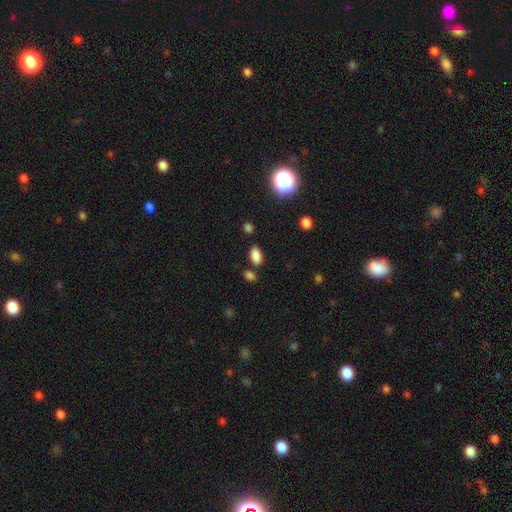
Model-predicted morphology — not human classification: The model was most divided on "merging": none: 78%, minor disturbance: 12%, merger: 8%, major disturbance: 3%. More confident: how rounded — in between (91%); smooth or featured — smooth (85%).